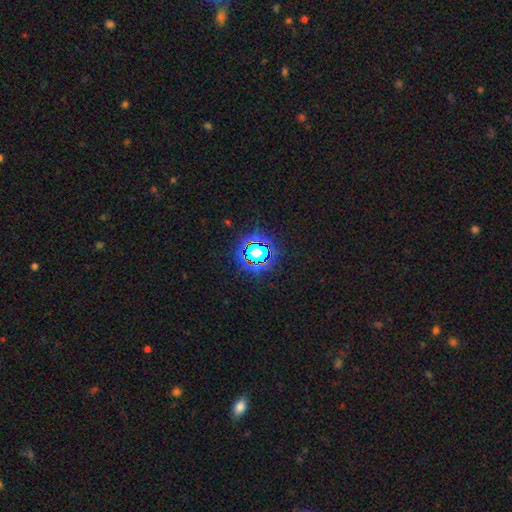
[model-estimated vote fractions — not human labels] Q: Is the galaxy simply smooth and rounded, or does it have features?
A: star or artifact — 73%.